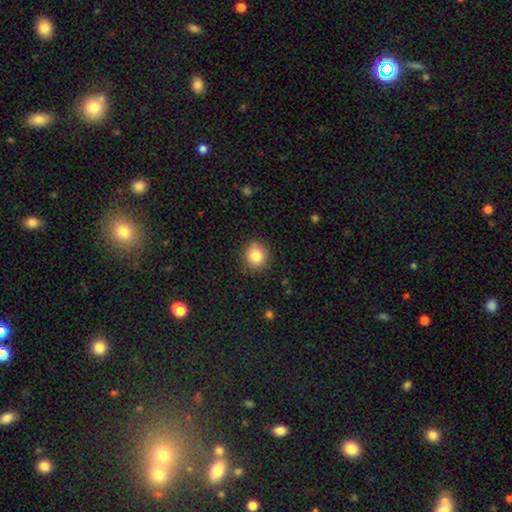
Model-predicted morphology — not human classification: A smooth galaxy with no disk features (83%) that is round (89%). Merging: none (87%).